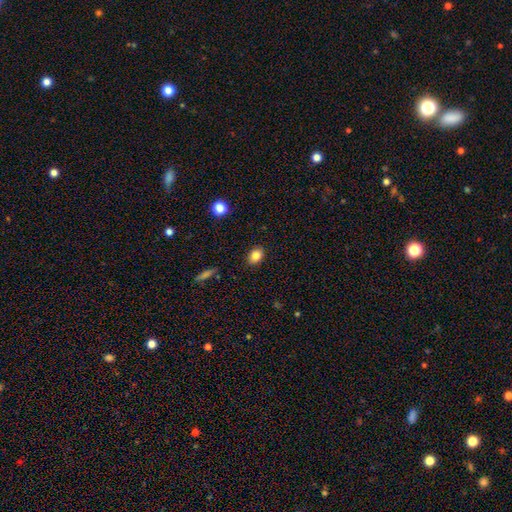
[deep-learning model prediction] Smooth or featured: smooth — 84% (star or artifact — 10%)
How rounded: in between — 71% (round — 27%)
Merging: none — 87% (minor disturbance — 9%)